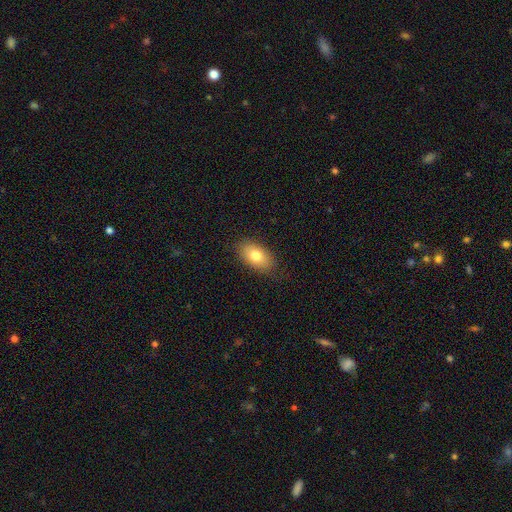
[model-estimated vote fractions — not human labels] smooth-or-featured: smooth: 78% | featured or disk: 14% | star or artifact: 7%
  how-rounded: in between: 92% | round: 6% | cigar-shaped: 2%
  merging: none: 84% | minor disturbance: 13% | major disturbance: 3% | merger: 1%